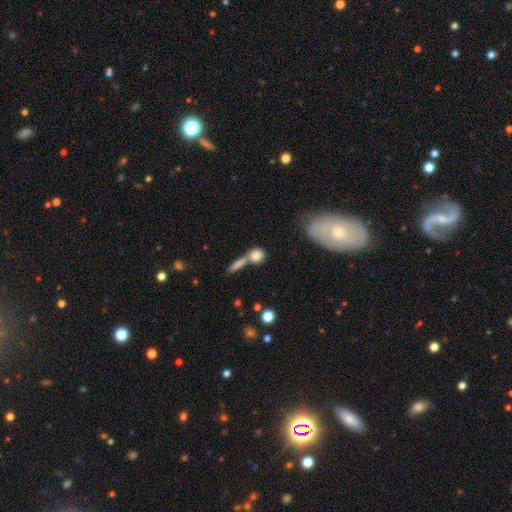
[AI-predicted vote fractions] Q: Smooth or featured?
A: smooth (80%); runner-up: featured or disk (12%)
Q: How rounded?
A: round (68%); runner-up: in between (22%)
Q: Merging?
A: none (45%); runner-up: merger (40%)